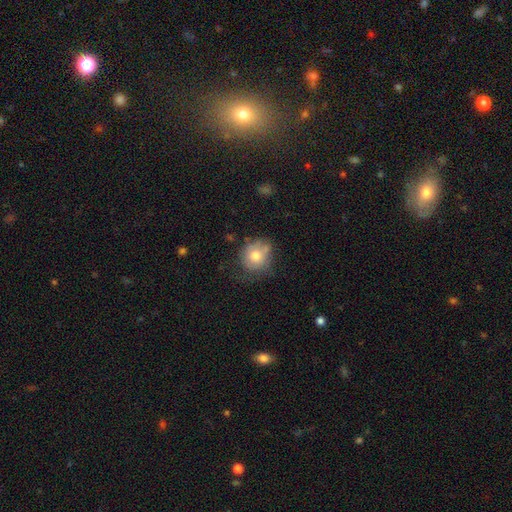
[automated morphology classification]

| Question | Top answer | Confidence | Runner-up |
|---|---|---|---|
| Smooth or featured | smooth | 68% | featured or disk (23%) |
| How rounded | round | 79% | in between (20%) |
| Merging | none | 53% | minor disturbance (29%) |